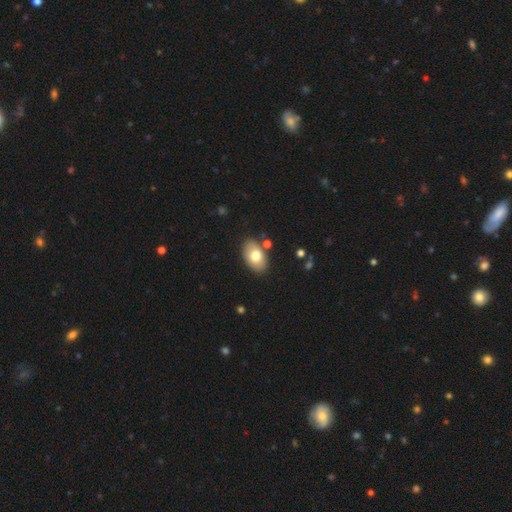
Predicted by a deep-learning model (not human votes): A smooth galaxy with no disk features (74%) that is in between round and cigar-shaped (91%). Merging: none (83%).